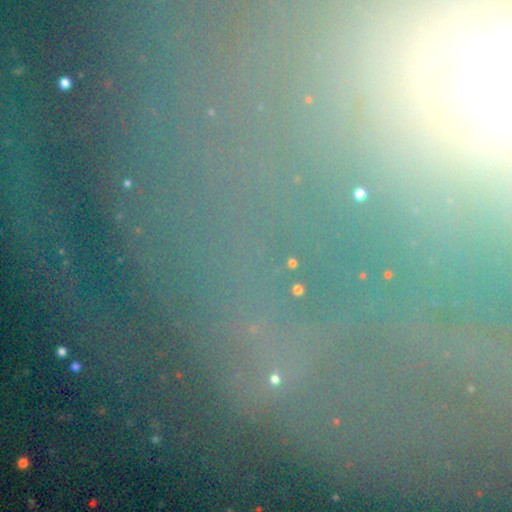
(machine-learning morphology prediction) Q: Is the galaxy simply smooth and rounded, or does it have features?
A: star or artifact — 68%.